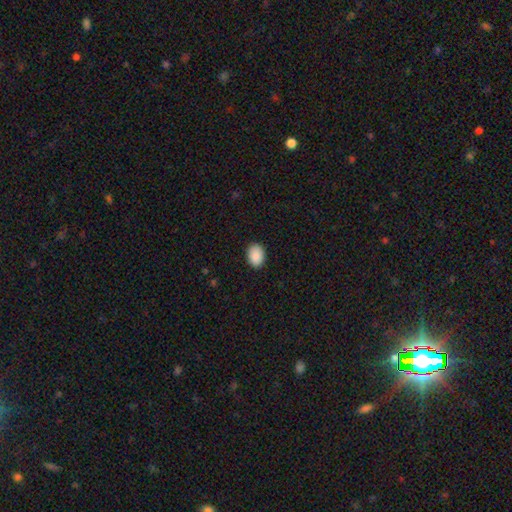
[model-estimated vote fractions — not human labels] Smooth or featured: smooth — 90% (star or artifact — 7%)
How rounded: in between — 79% (round — 20%)
Merging: none — 88% (minor disturbance — 9%)